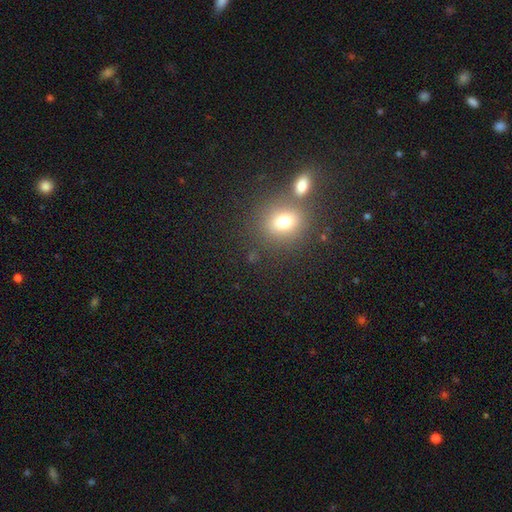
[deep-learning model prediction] smooth-or-featured: smooth: 64% | star or artifact: 25% | featured or disk: 10%
  how-rounded: round: 77% | in between: 22% | cigar-shaped: 1%
  merging: none: 60% | merger: 28% | minor disturbance: 9% | major disturbance: 3%